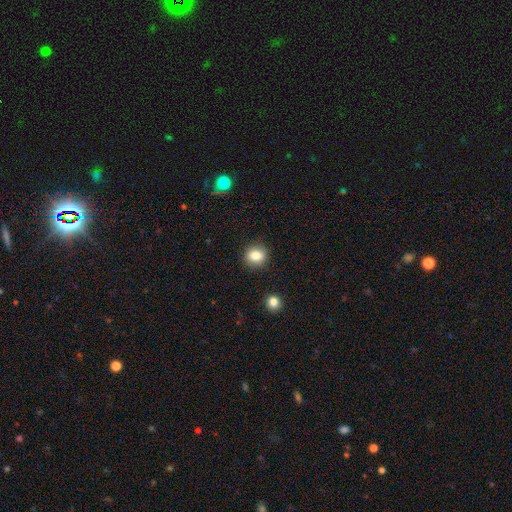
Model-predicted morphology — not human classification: A smooth galaxy with no disk features (83%) that is round (76%). Merging: none (88%).